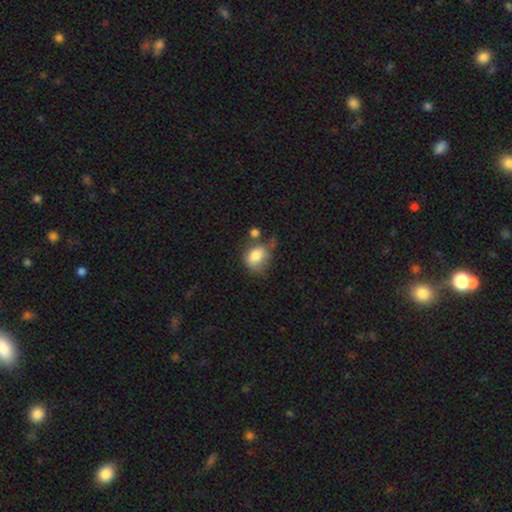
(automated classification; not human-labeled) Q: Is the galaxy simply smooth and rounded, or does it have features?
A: smooth — 78%.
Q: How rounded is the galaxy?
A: in between — 51%.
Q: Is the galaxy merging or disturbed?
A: none — 34%.